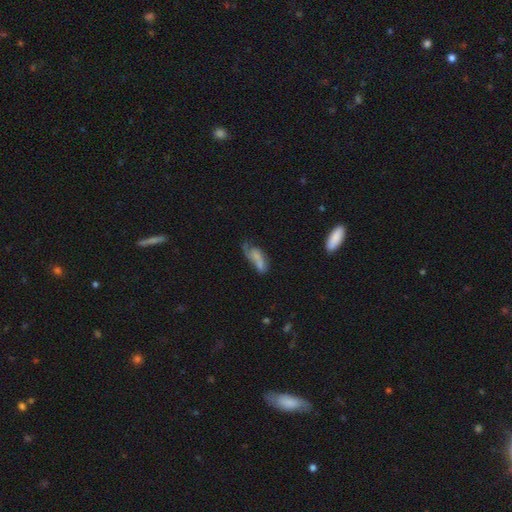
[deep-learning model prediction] A smooth galaxy with no disk features (46%). Merging: none (35%).